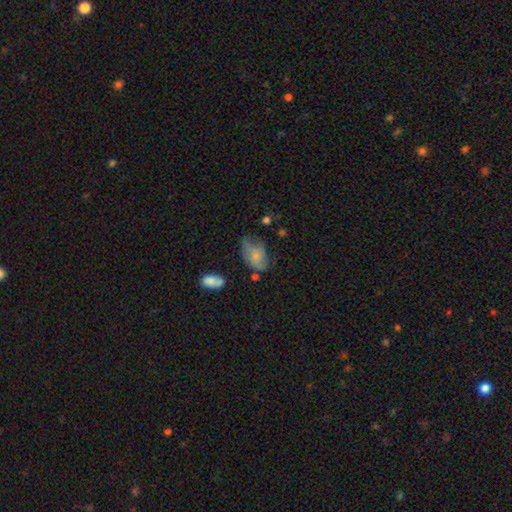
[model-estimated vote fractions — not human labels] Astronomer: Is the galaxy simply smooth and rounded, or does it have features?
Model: smooth — 66%.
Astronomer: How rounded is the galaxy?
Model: in between — 85%.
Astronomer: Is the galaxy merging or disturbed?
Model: none — 39% (runner-up: minor disturbance, 36%).